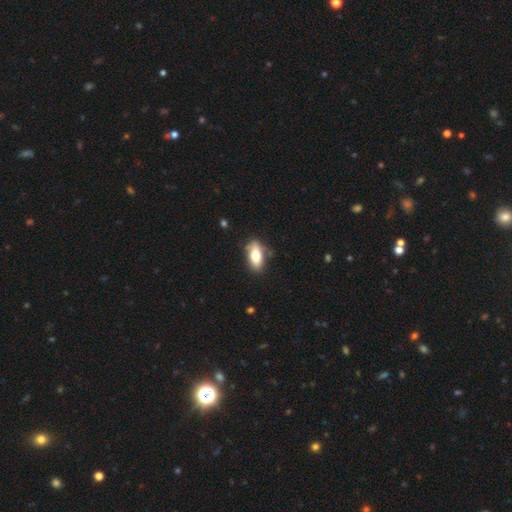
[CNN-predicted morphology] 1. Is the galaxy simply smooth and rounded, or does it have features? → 74% smooth, 19% featured or disk, 7% star or artifact.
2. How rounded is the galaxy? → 86% in between, 10% cigar-shaped, 4% round.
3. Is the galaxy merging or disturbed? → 73% none, 20% minor disturbance, 5% major disturbance, 3% merger.